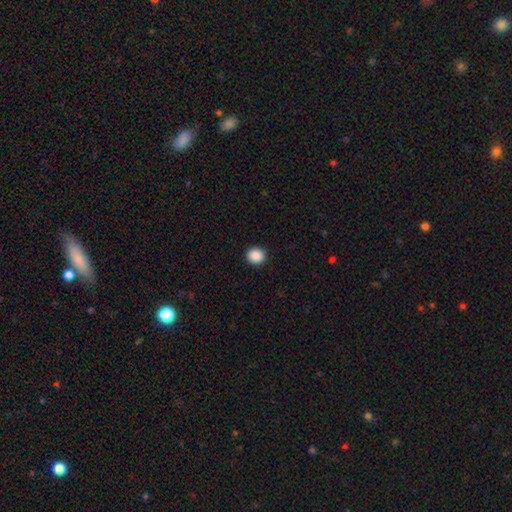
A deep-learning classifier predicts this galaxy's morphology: smooth-or-featured: smooth: 89% | star or artifact: 9% | featured or disk: 2%
  how-rounded: round: 87% | in between: 12% | cigar-shaped: 1%
  merging: none: 92% | minor disturbance: 5% | major disturbance: 2% | merger: 1%